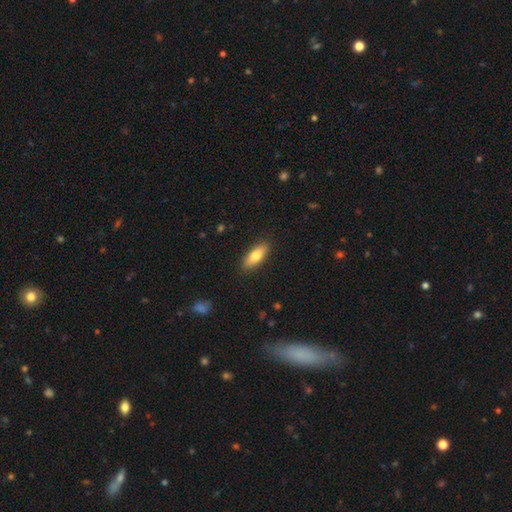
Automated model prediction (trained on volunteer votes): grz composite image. It shows a smooth galaxy with no disk features (75%) that is in between round and cigar-shaped (68%). Merging: none (88%).